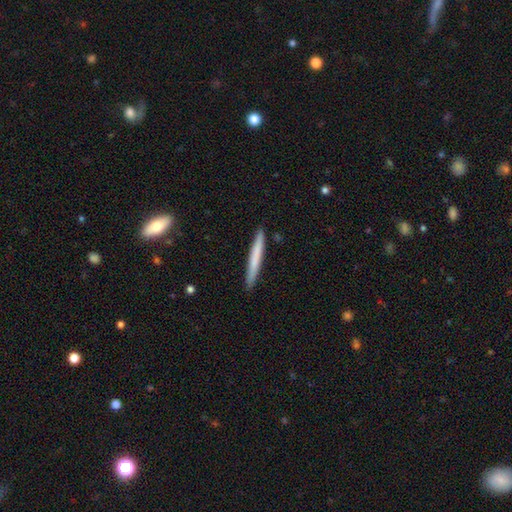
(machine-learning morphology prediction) smooth 66%, featured or disk 29%, star or artifact 6%. Down the decision tree: how rounded — cigar-shaped (97%); merging — none (90%).